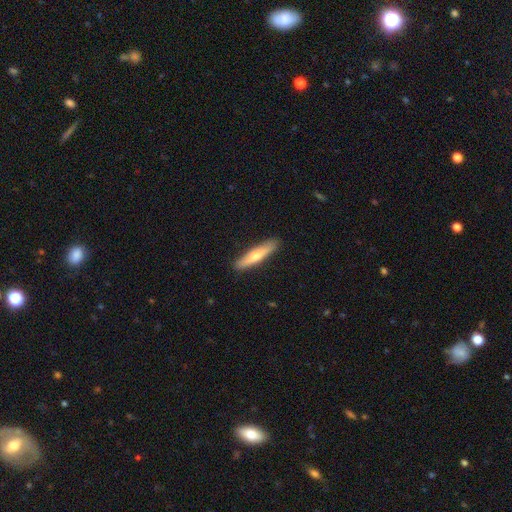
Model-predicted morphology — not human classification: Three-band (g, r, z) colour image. It shows a smooth galaxy with no disk features (55%) that is cigar-shaped (86%). Merging: none (90%).